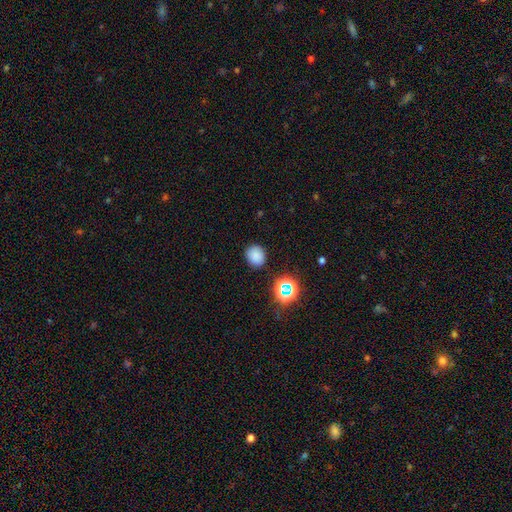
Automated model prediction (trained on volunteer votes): The model was most divided on "how rounded": round: 71%, in between: 28%, cigar-shaped: 1%. More confident: merging — none (86%); smooth or featured — smooth (79%).